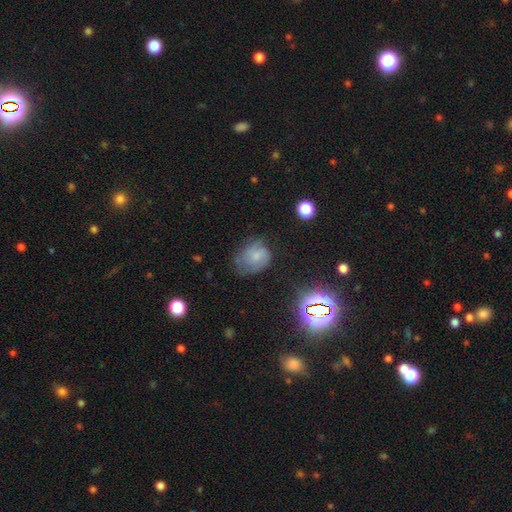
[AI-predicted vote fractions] smooth_or_featured: smooth (p=0.54) [alt: featured or disk p=0.30]
how_rounded: round (p=0.50) [alt: in between p=0.49]
merging: none (p=0.42) [alt: minor disturbance p=0.34]